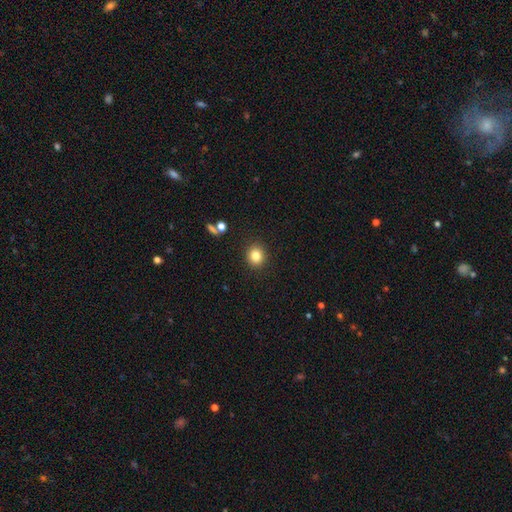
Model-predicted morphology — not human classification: This is clearly a smooth galaxy (82%). How rounded: clearly round (83%). Merging: clearly none (90%).